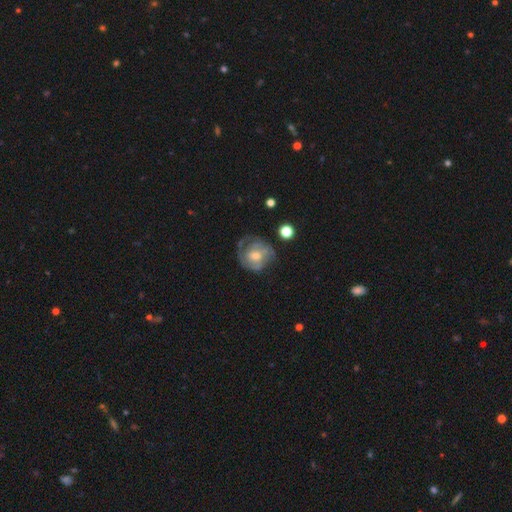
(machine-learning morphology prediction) A featured or disk galaxy (69%) with no bar (56%), 2 (37%) tight (52%) spiral arms (84%) and a moderate central bulge (53%). Merging: none (55%).